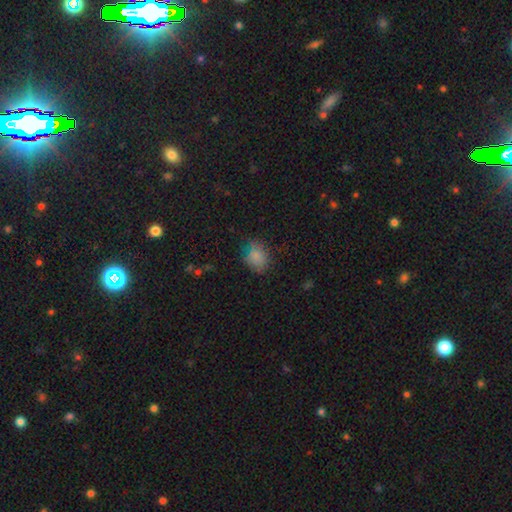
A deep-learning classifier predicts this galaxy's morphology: Q: Smooth or featured?
A: smooth (79%); runner-up: star or artifact (12%)
Q: How rounded?
A: round (50%); runner-up: in between (48%)
Q: Merging?
A: none (69%); runner-up: minor disturbance (22%)